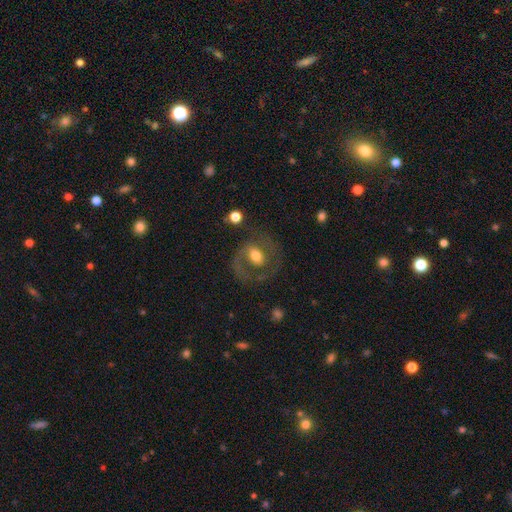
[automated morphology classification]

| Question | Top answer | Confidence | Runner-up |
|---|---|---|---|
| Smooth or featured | featured or disk | 62% | smooth (30%) |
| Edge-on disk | no | 96% | yes (4%) |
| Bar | no | 52% | weak (36%) |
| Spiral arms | yes | 69% | no (31%) |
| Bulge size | moderate | 65% | large (19%) |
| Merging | none | 58% | major disturbance (21%) |